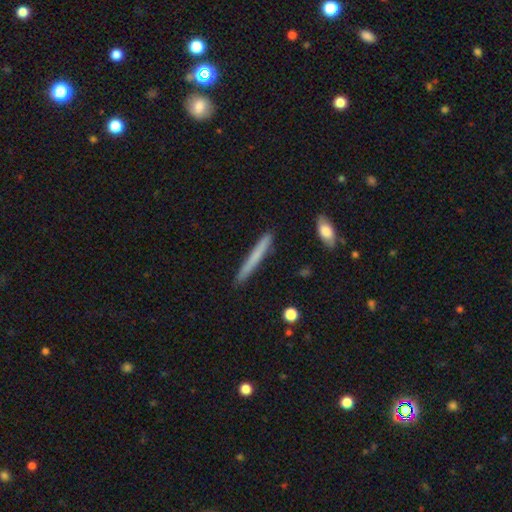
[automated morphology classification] This is likely a smooth galaxy (65%). How rounded: clearly cigar-shaped (97%). Merging: clearly none (89%).